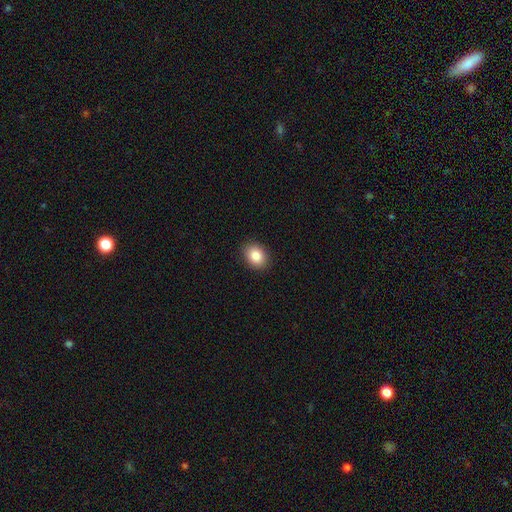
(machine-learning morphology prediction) smooth-or-featured: smooth: 85% | star or artifact: 8% | featured or disk: 6%
  how-rounded: in between: 62% | round: 37% | cigar-shaped: 1%
  merging: none: 90% | minor disturbance: 7% | major disturbance: 2% | merger: 1%